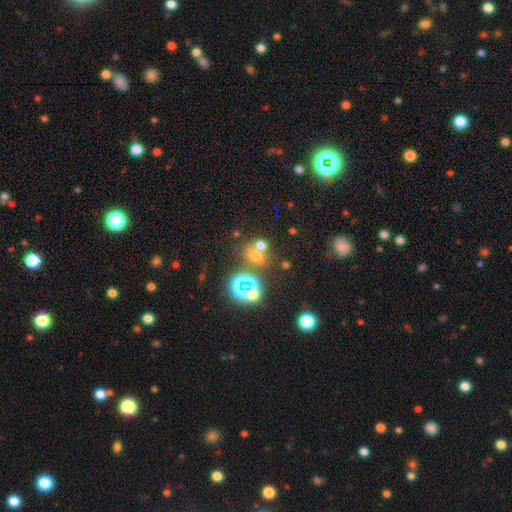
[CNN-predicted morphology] smooth 46%, star or artifact 41%, featured or disk 13%. Down the decision tree: merging — none (52%).